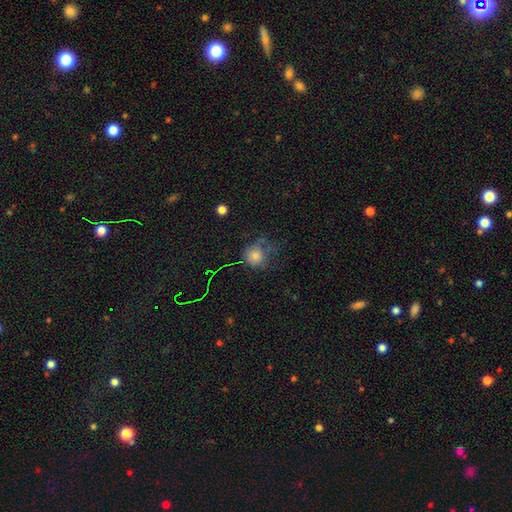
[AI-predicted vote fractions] Smooth or featured? smooth (67%)
How rounded? round (84%)
Merging? none (46%)